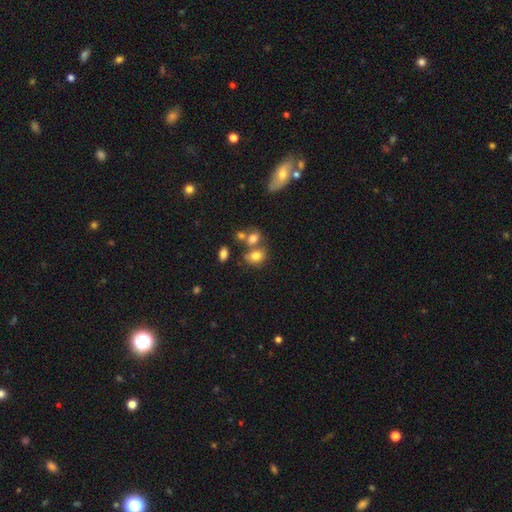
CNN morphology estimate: Smooth or featured: smooth — 76% (featured or disk — 12%)
How rounded: in between — 63% (round — 36%)
Merging: none — 46% (merger — 34%)